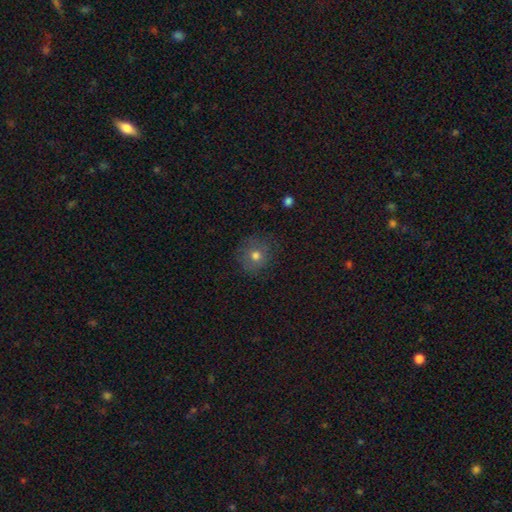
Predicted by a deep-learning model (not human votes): A smooth galaxy with no disk features (71%) that is round (89%). Merging: none (80%).